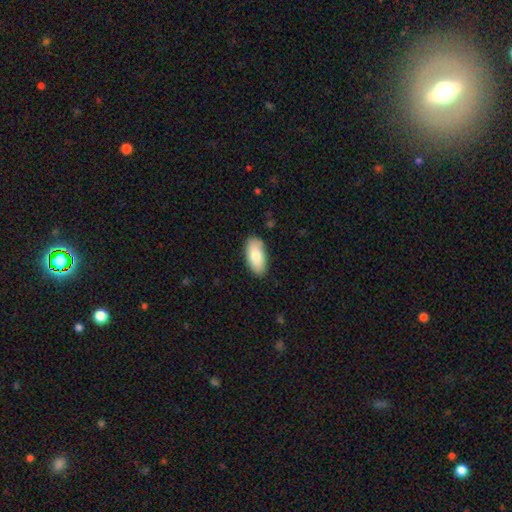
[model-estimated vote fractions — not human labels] A smooth galaxy with no disk features (79%) that is in between round and cigar-shaped (94%).

Vote fractions:
- Smooth or featured? smooth: 79% / featured or disk: 15% / star or artifact: 6%
- How rounded? in between: 94% / cigar-shaped: 4% / round: 2%
- Merging? none: 85% / minor disturbance: 11% / major disturbance: 2% / merger: 1%